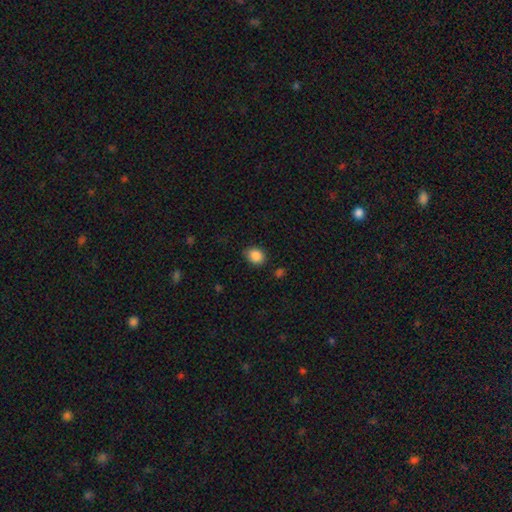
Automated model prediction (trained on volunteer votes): Overall: smooth (87%). How rounded: round (51%; in between 48%). Merging: none (81%).